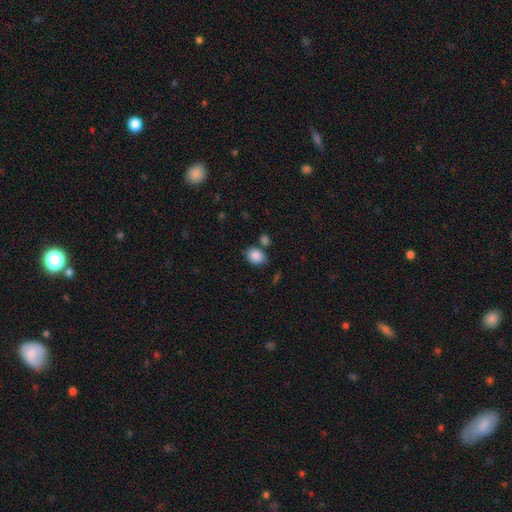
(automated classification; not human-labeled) Morphology: type=smooth (88%); roundness=in between (62%); merging=none (69%).